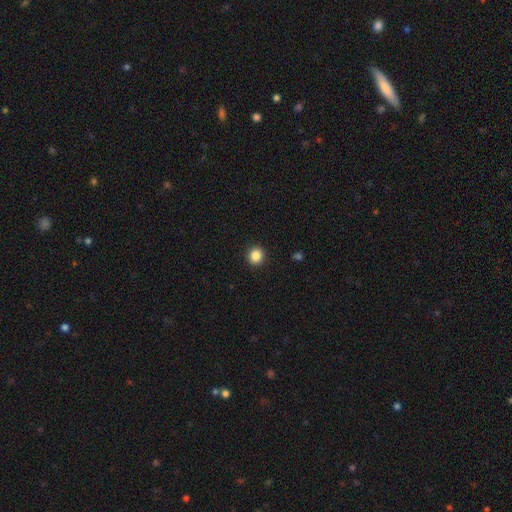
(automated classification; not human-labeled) A smooth galaxy with no disk features (86%) that is round (90%).

Vote fractions:
- Smooth or featured? smooth: 86% / star or artifact: 10% / featured or disk: 4%
- How rounded? round: 90% / in between: 9% / cigar-shaped: 1%
- Merging? none: 93% / minor disturbance: 5% / major disturbance: 2% / merger: 1%